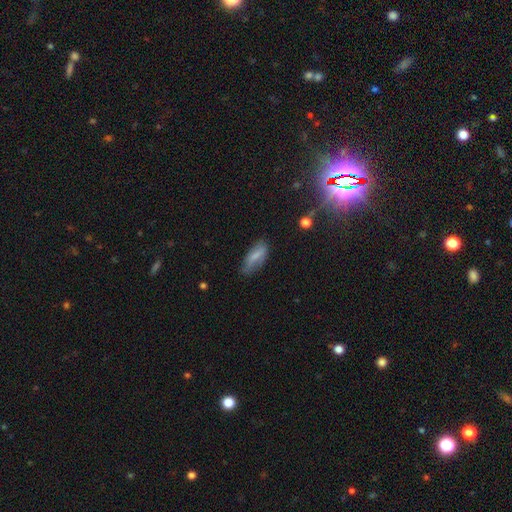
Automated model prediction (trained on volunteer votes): The model was most divided on "merging": none: 61%, minor disturbance: 29%, major disturbance: 8%, merger: 2%. More confident: how rounded — in between (73%); smooth or featured — smooth (69%).